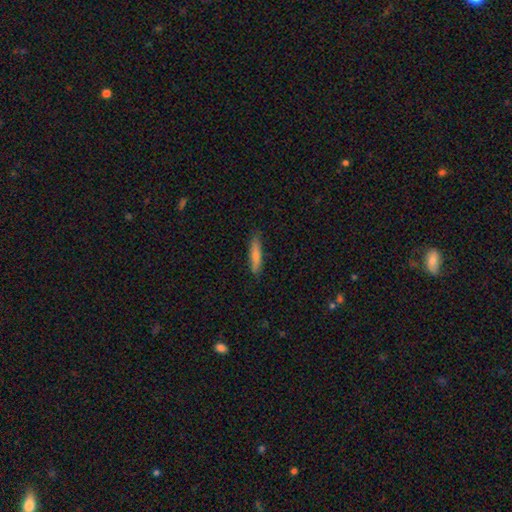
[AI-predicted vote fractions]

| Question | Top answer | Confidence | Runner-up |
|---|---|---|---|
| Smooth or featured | smooth | 73% | featured or disk (21%) |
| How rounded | cigar-shaped | 81% | in between (18%) |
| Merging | none | 81% | minor disturbance (15%) |